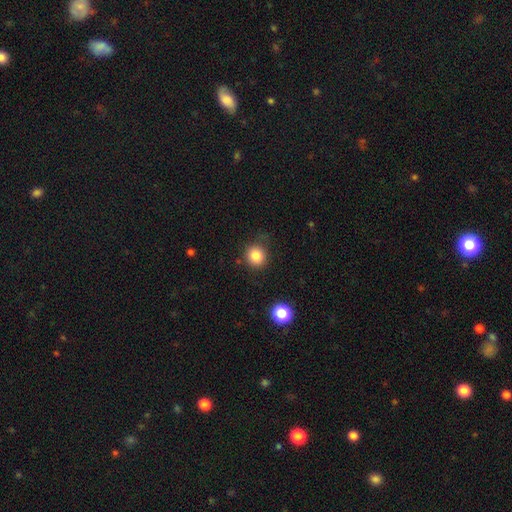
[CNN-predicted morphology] This is clearly a smooth galaxy (83%). How rounded: clearly round (89%). Merging: clearly none (80%).